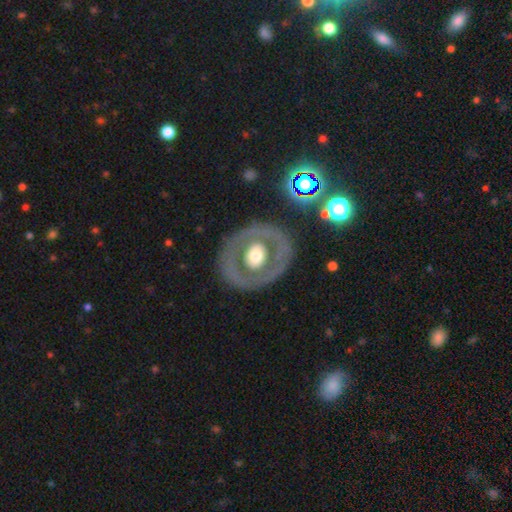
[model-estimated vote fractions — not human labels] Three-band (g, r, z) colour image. It shows a featured or disk galaxy (60%) with no bar (87%), no spiral arms (88%) and a moderate central bulge (59%). Merging: none (81%).